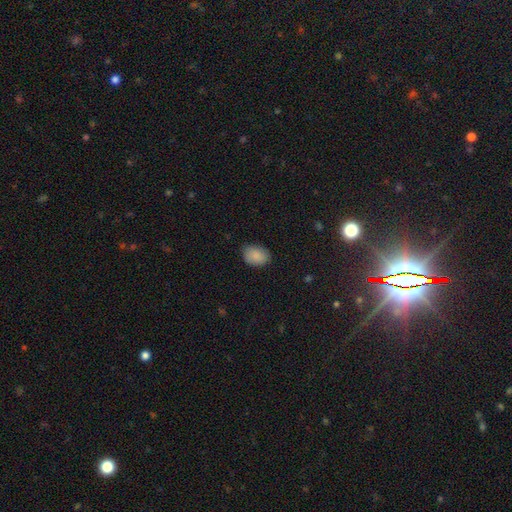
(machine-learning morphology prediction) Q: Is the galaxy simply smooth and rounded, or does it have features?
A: smooth — 89%.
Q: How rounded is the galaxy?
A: in between — 74%.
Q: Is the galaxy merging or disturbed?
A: none — 83%.